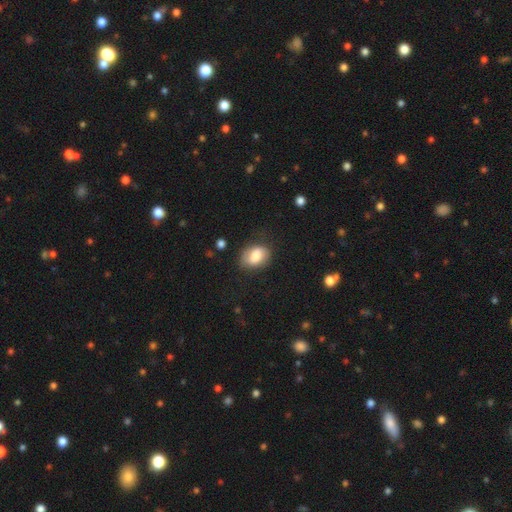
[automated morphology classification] Overall: smooth (75%). How rounded: in between (75%). Merging: none (71%).